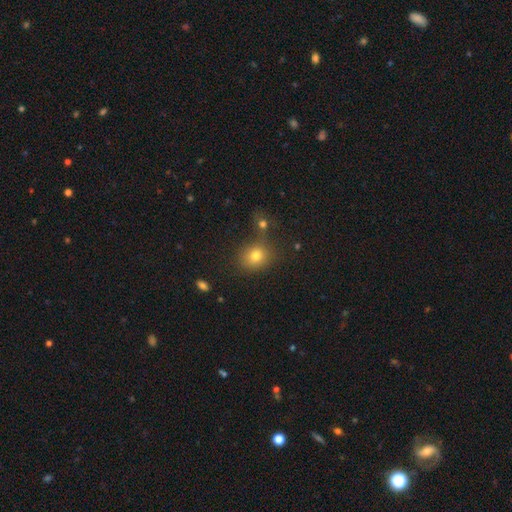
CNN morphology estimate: This is likely a smooth galaxy (76%). How rounded: likely round (69%). Merging: likely none (69%).